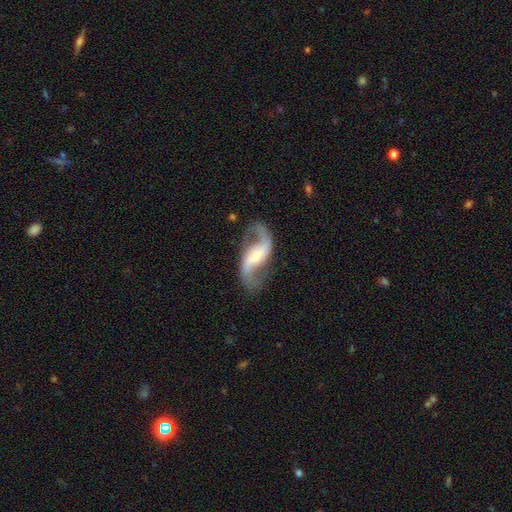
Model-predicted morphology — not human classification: smooth-or-featured: featured or disk: 90% | smooth: 5% | star or artifact: 4%
  disk-edge-on: no: 97% | yes: 3%
    bar: weak: 39% | strong: 36% | no: 25%
    has-spiral-arms: yes: 97% | no: 3%
      spiral-winding: loose: 75% | medium: 20% | tight: 4%
      spiral-arm-count: 2: 94% | 1: 2% | can't tell: 2% | 3: 1% | 4: 1% | more than 4: 1%
    bulge-size: small: 52% | moderate: 39% | large: 4% | none: 3% | dominant: 1%
  merging: none: 79% | minor disturbance: 12% | major disturbance: 7% | merger: 2%